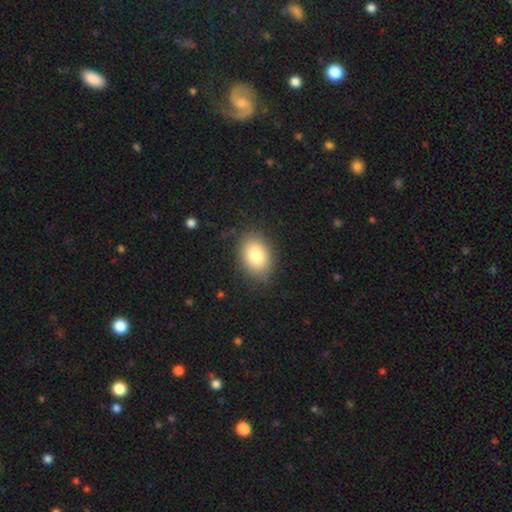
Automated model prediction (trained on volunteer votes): Smooth or featured? smooth (81%)
How rounded? in between (77%)
Merging? none (84%)